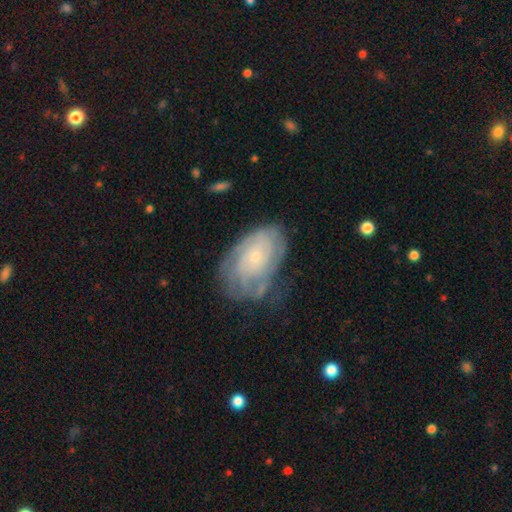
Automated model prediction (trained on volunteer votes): This is likely a featured or disk galaxy (76%). It is clearly not viewed edge-on (96%). Bar: likely no (80%). Spiral arm pattern: clearly yes (86%). Spiral arm count: possibly can't tell (51%). Spiral winding: likely tight (70%). Central bulge: likely small (78%). Merging: possibly none (55%).